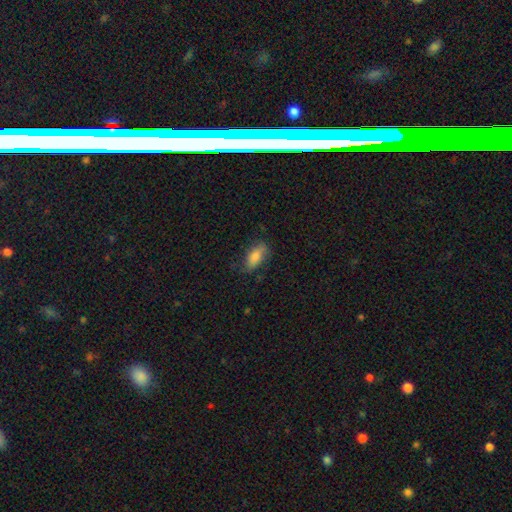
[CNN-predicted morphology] type=smooth (81%); roundness=in between (86%); merging=none (70%).